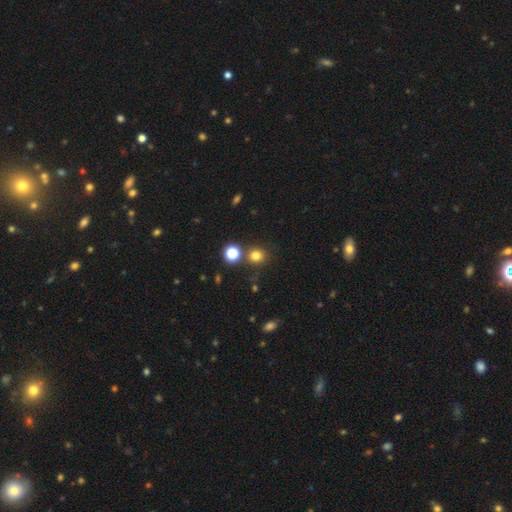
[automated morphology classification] This is likely a smooth galaxy (77%). How rounded: clearly round (87%). Merging: likely none (78%).